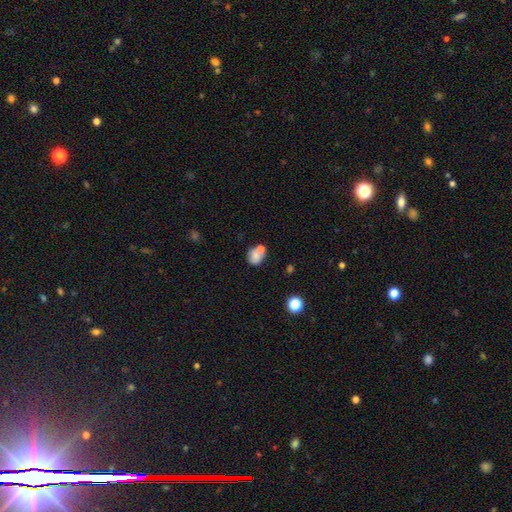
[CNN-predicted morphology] Smooth or featured: smooth — 72% (featured or disk — 17%)
How rounded: round — 64% (in between — 35%)
Merging: none — 47% (merger — 31%)